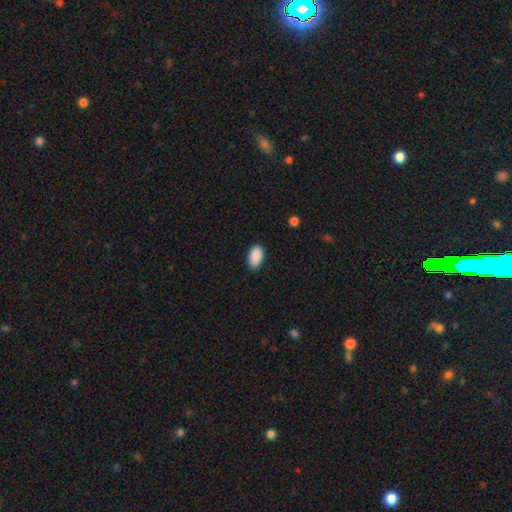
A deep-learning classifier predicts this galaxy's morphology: type=smooth (90%); roundness=in between (94%); merging=none (78%).